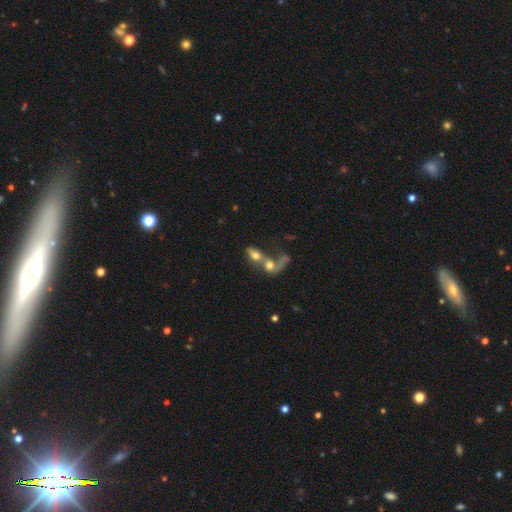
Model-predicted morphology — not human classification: A smooth galaxy with no disk features (55%) that is in between round and cigar-shaped (72%).

Vote fractions:
- Smooth or featured? smooth: 55% / featured or disk: 34% / star or artifact: 11%
- How rounded? in between: 72% / round: 20% / cigar-shaped: 8%
- Merging? merger: 77% / none: 11% / major disturbance: 8% / minor disturbance: 5%